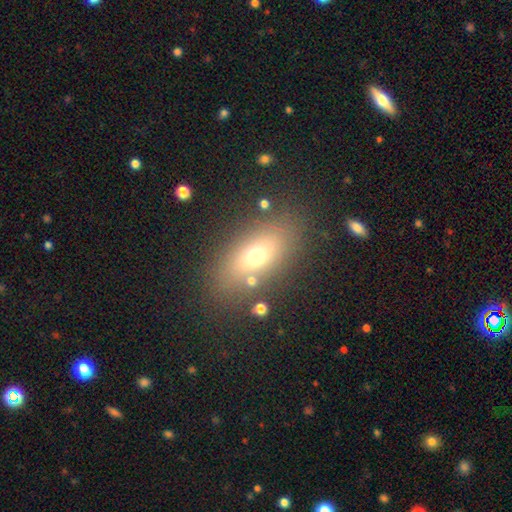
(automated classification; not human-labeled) The model was most divided on "smooth or featured": smooth: 64%, featured or disk: 21%, star or artifact: 14%. More confident: merging — none (80%); how rounded — in between (77%).